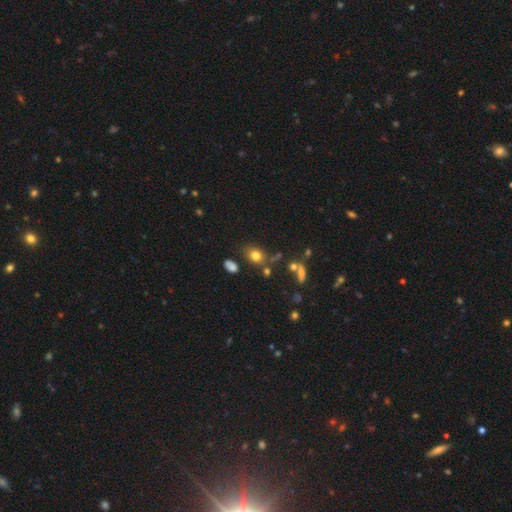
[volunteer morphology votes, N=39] Smooth or featured? 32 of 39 (82%) said smooth. How rounded? 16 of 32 (50%, tied with in between) said round. Merging? 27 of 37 (73%) said none.